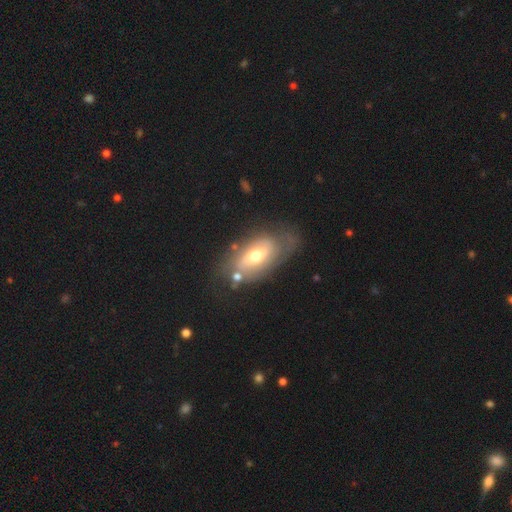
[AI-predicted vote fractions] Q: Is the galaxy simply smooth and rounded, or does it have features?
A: featured or disk — 66%.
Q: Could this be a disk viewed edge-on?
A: no — 90%.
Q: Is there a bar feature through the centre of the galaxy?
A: no — 56%.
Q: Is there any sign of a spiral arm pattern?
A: yes — 72%.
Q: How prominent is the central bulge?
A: moderate — 71%.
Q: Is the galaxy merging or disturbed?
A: none — 58%.